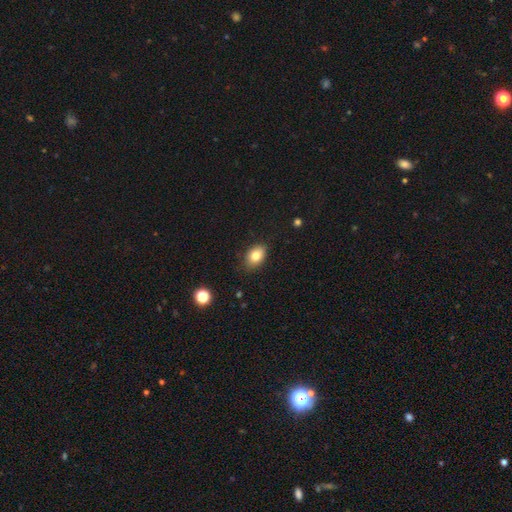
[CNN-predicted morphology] A smooth galaxy with no disk features (81%) that is in between round and cigar-shaped (82%). Merging: none (83%).